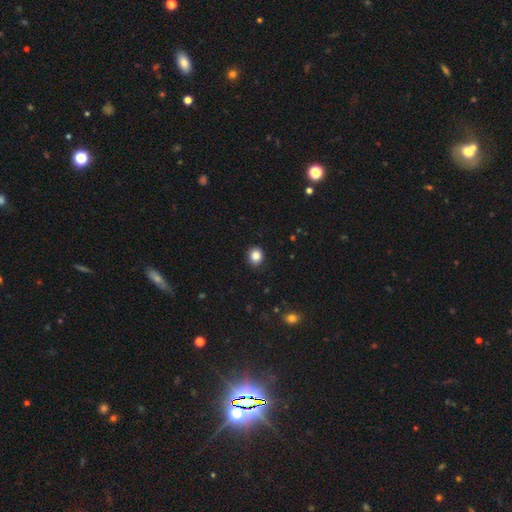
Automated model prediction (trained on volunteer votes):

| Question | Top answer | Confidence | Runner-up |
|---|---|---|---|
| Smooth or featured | smooth | 86% | star or artifact (10%) |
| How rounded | round | 69% | in between (30%) |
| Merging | none | 89% | minor disturbance (8%) |